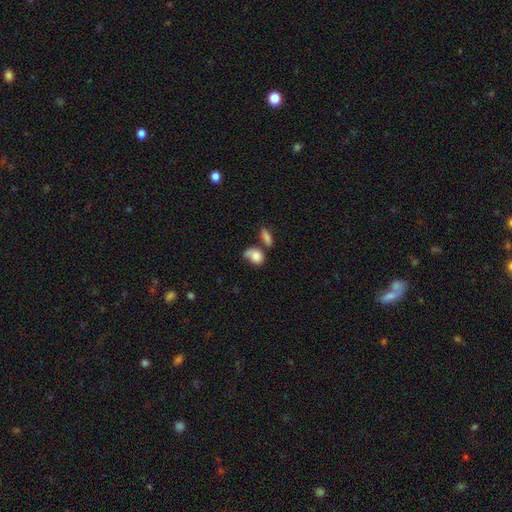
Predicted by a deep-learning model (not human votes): Morphology: type=smooth (79%); roundness=in between (63%); merging=none (34%).